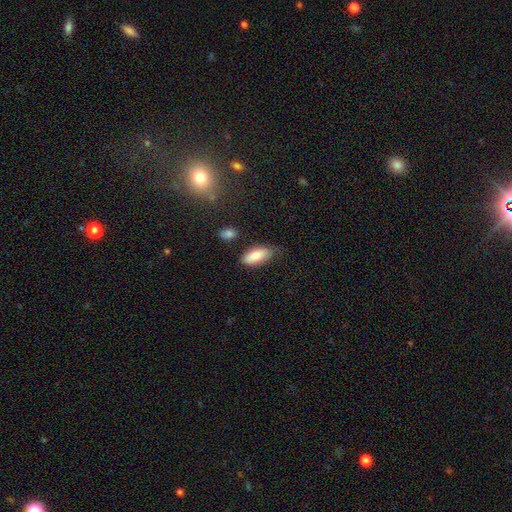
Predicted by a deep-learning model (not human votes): Smooth or featured?
  - smooth: 84% *
  - featured or disk: 9%
  - star or artifact: 7%
How rounded?
  - in between: 87% *
  - cigar-shaped: 11%
  - round: 2%
Merging?
  - none: 68% *
  - minor disturbance: 23%
  - major disturbance: 5%
  - merger: 4%